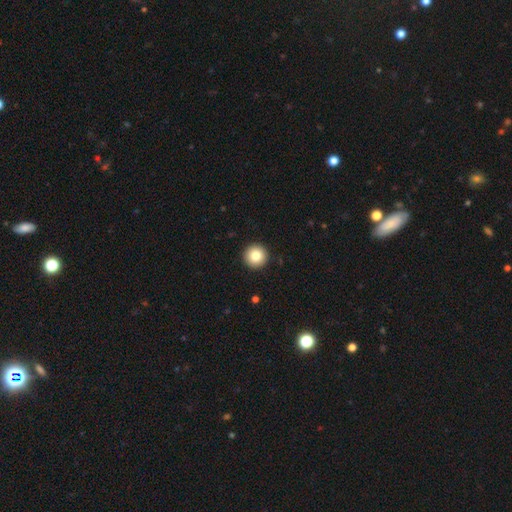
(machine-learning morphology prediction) smooth 82%, star or artifact 9%, featured or disk 9%. Down the decision tree: how rounded — round (97%); merging — none (94%).